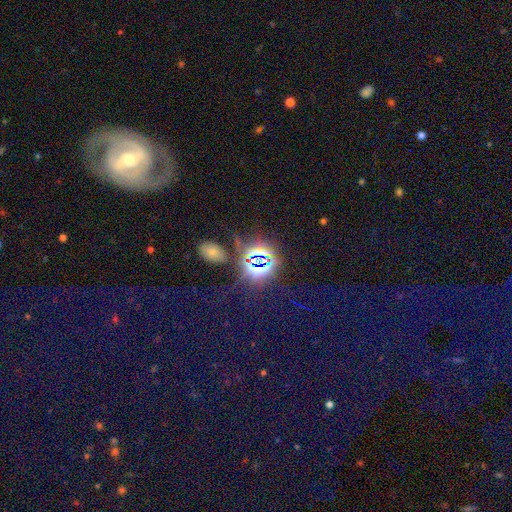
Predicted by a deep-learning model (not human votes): Smooth or featured: star or artifact — 44% (smooth — 33%)